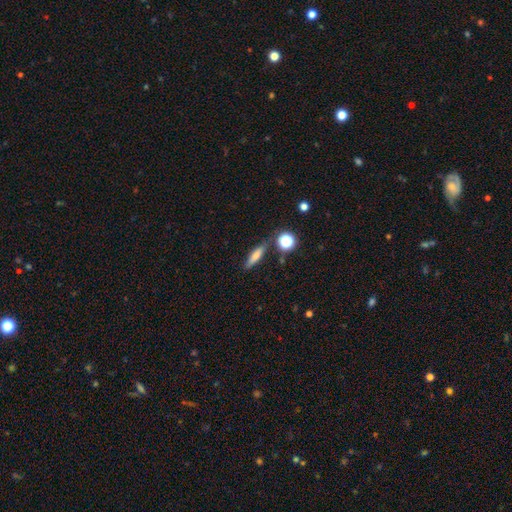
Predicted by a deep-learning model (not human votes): Overall: smooth (67%). How rounded: cigar-shaped (71%). Merging: none (79%).